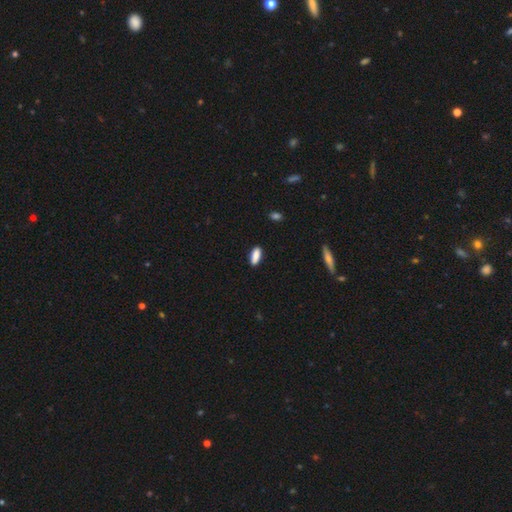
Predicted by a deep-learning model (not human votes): This is clearly a smooth galaxy (87%). How rounded: likely in between (71%). Merging: clearly none (85%).